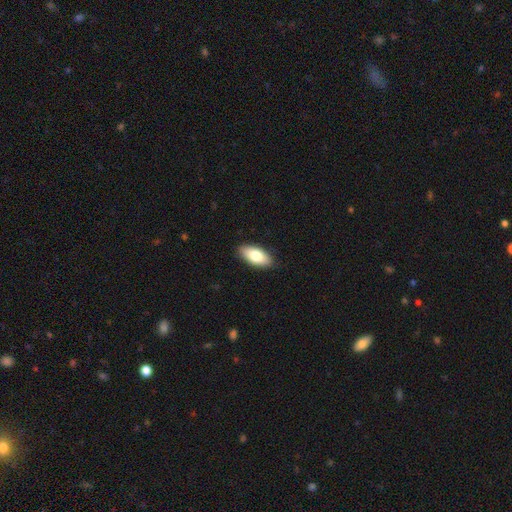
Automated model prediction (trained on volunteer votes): This appears to be a smooth galaxy with no disk features (79%) that is in between round and cigar-shaped (89%). Merging: none (89%).